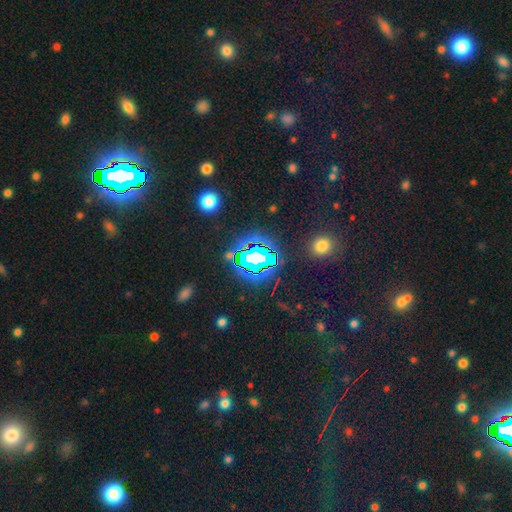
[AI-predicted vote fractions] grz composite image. It shows a star or artifact, not a galaxy (73%).